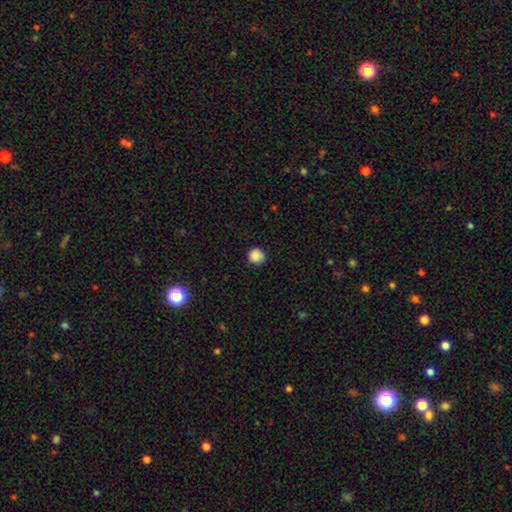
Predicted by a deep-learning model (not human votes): Smooth or featured? smooth (87%)
How rounded? round (92%)
Merging? none (85%)